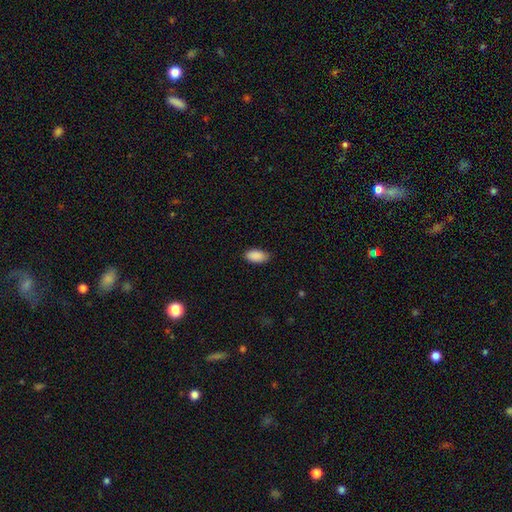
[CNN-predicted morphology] Smooth or featured? Predicted: smooth (p=0.90). How rounded? Predicted: in between (p=0.94). Merging? Predicted: none (p=0.82).